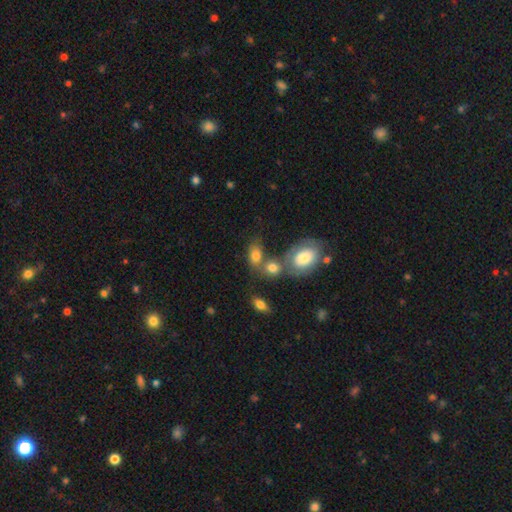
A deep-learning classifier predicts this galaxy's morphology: This appears to be a smooth galaxy with no disk features (75%) that is in between round and cigar-shaped (80%). Merging: none (41%).